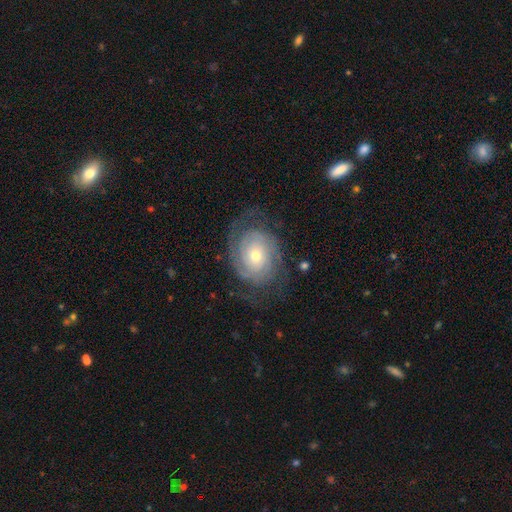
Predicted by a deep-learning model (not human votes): Overall: featured or disk (80%). Edge-on disk: no (97%). Bar: no (75%). Spiral arms: yes (92%). Spiral arm count: 2 (54%; can't tell 25%). Spiral winding: tight (64%; medium 27%). Bulge size: moderate (49%; small 45%). Merging: none (70%).